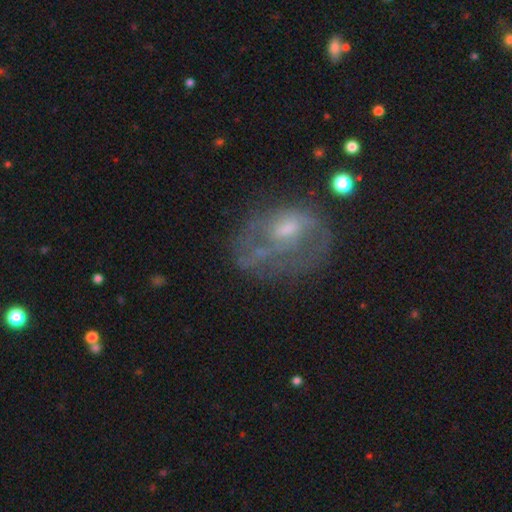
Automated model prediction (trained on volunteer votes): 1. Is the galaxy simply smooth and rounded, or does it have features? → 57% featured or disk, 24% smooth, 19% star or artifact.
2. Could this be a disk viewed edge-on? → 96% no, 4% yes.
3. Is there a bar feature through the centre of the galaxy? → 68% no, 27% weak, 6% strong.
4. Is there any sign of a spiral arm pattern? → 50% yes (tied), 50% no (tied).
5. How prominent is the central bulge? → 45% small, 38% moderate, 12% none, 4% large, 1% dominant.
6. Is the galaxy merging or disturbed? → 50% none, 25% major disturbance, 21% minor disturbance, 5% merger.